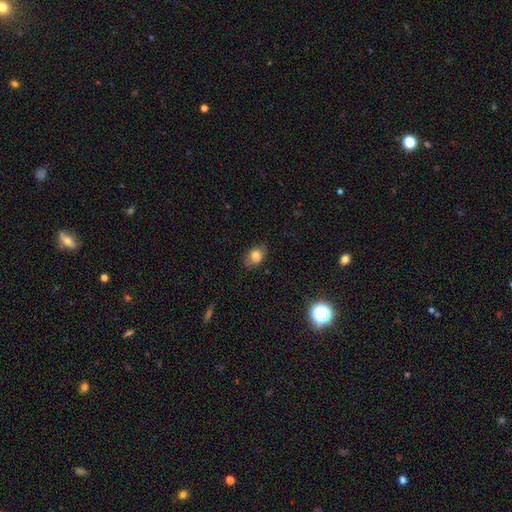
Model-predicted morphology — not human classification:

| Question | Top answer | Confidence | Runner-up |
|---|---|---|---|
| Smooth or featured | smooth | 80% | star or artifact (10%) |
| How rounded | in between | 73% | round (26%) |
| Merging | none | 77% | minor disturbance (18%) |